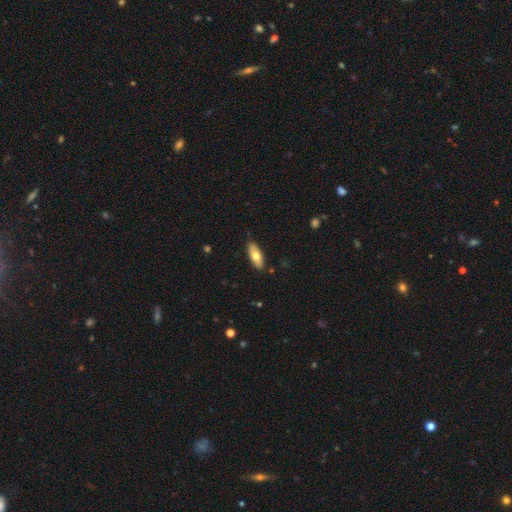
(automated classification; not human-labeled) Smooth or featured? Predicted: smooth (p=0.70). How rounded? Predicted: in between (p=0.75). Merging? Predicted: none (p=0.88).